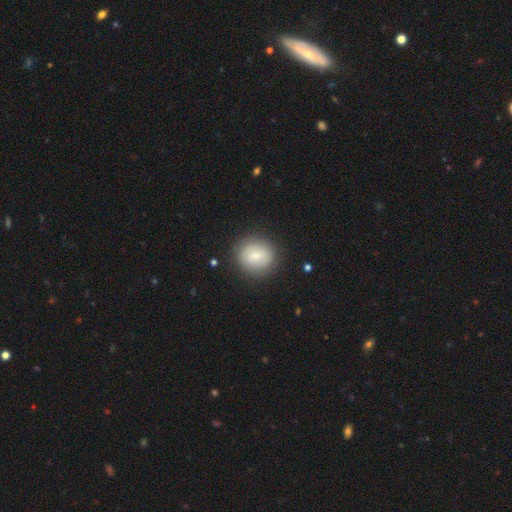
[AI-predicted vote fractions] This is likely a smooth galaxy (74%). How rounded: likely round (80%). Merging: clearly none (85%).